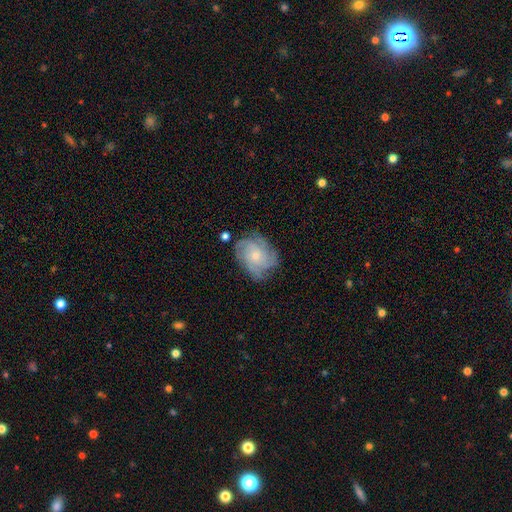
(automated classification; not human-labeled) Smooth or featured?
  - featured or disk: 73% *
  - smooth: 20%
  - star or artifact: 7%
Edge-on disk?
  - no: 97% *
  - yes: 3%
Bar?
  - no: 78% *
  - weak: 20%
  - strong: 2%
Spiral arms?
  - yes: 92% *
  - no: 8%
Spiral winding?
  - tight: 55% *
  - medium: 34%
  - loose: 11%
Spiral arm count?
  - can't tell: 32% *
  - 4: 27%
  - 3: 19%
  - more than 4: 8%
  - 2: 8%
  - 1: 6%
Bulge size?
  - small: 49% *
  - moderate: 44%
  - large: 3%
  - none: 3%
  - dominant: 1%
Merging?
  - none: 72% *
  - minor disturbance: 19%
  - major disturbance: 7%
  - merger: 2%